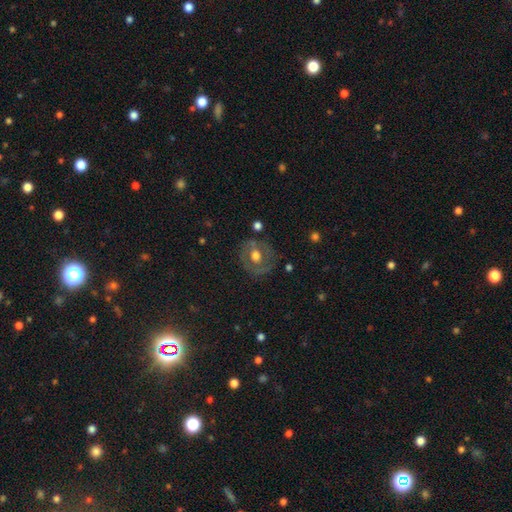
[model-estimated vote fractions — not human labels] Smooth or featured? Predicted: featured or disk (p=0.52). Edge-on disk? Predicted: no (p=0.95). Merging? Predicted: none (p=0.72).